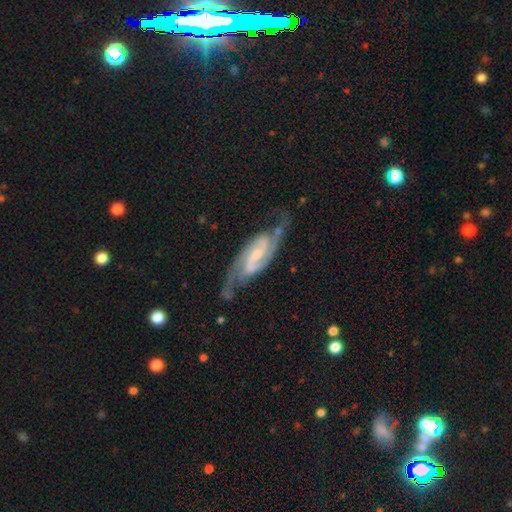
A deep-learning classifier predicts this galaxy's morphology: type=featured or disk (91%); edge-on=no (94%); bar=weak (50%); spiral arms=yes (98%); winding=medium (56%); arm count=2 (91%); bulge=small (56%); merging=none (74%).